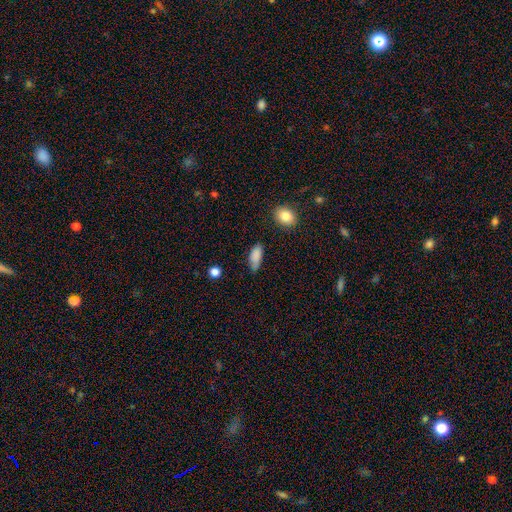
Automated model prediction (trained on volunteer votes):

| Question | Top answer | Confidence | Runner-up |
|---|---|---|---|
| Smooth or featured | smooth | 86% | star or artifact (8%) |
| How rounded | in between | 81% | cigar-shaped (16%) |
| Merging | none | 65% | minor disturbance (27%) |